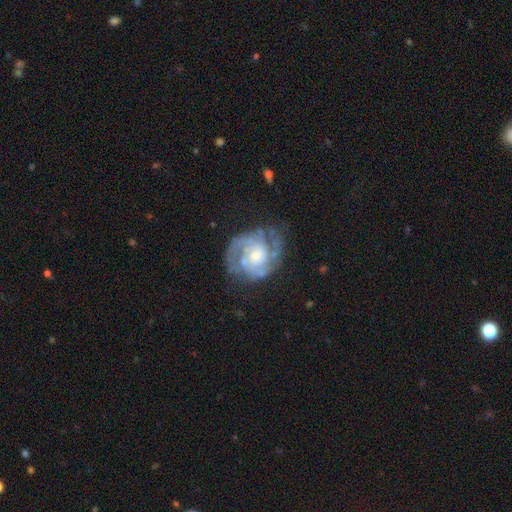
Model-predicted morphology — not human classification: smooth_or_featured: featured or disk (p=0.84) [alt: smooth p=0.10]
disk_edge_on: no (p=0.98) [alt: yes p=0.02]
bar: no (p=0.73) [alt: weak p=0.22]
has_spiral_arms: yes (p=0.92) [alt: no p=0.08]
spiral_winding: tight (p=0.54) [alt: medium p=0.36]
spiral_arm_count: 2 (p=0.45) [alt: can't tell p=0.24]
bulge_size: moderate (p=0.44) [alt: small p=0.41]
merging: none (p=0.64) [alt: minor disturbance p=0.21]